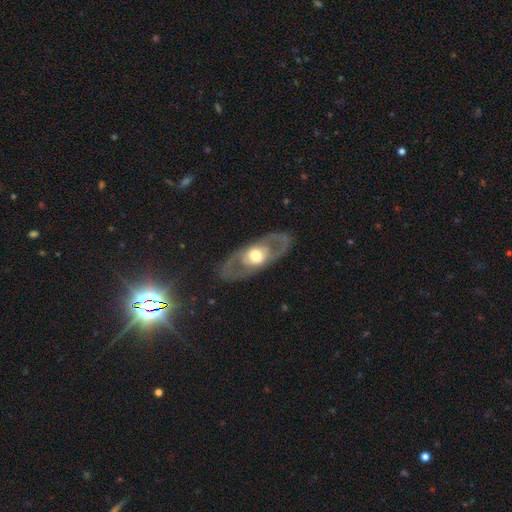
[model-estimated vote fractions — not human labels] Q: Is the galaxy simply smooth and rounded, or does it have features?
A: featured or disk — 68%.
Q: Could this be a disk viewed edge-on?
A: no — 82%.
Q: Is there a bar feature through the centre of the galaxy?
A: no — 82%.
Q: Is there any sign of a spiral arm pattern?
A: no — 72%.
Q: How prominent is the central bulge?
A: moderate — 58%.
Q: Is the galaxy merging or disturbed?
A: none — 82%.